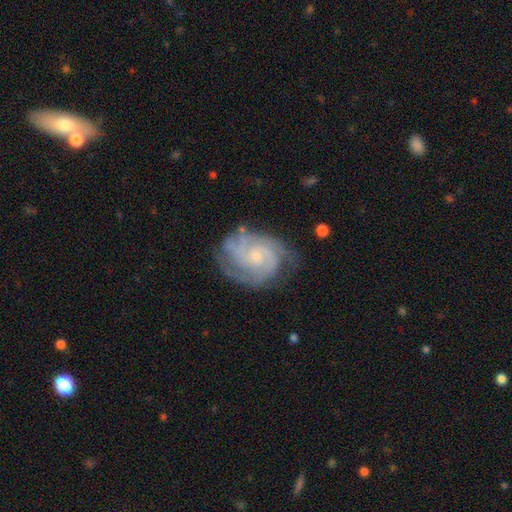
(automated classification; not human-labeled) Smooth or featured: featured or disk — 88% (smooth — 6%)
Edge-on disk: no — 98% (yes — 2%)
Bar: no — 73% (weak — 22%)
Spiral arms: yes — 98% (no — 2%)
Spiral winding: tight — 66% (medium — 29%)
Spiral arm count: 3 — 35% (2 — 22%)
Bulge size: small — 75% (moderate — 19%)
Merging: none — 72% (minor disturbance — 19%)